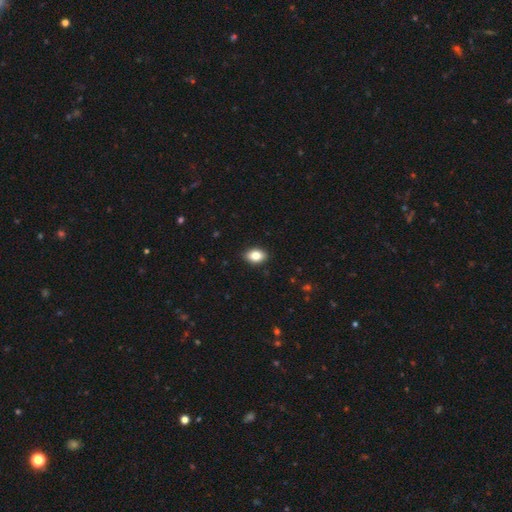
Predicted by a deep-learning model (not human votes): A smooth galaxy with no disk features (83%) that is in between round and cigar-shaped (85%).

Vote fractions:
- Smooth or featured? smooth: 83% / featured or disk: 8% / star or artifact: 8%
- How rounded? in between: 85% / round: 14% / cigar-shaped: 2%
- Merging? none: 89% / minor disturbance: 9% / major disturbance: 2% / merger: 1%